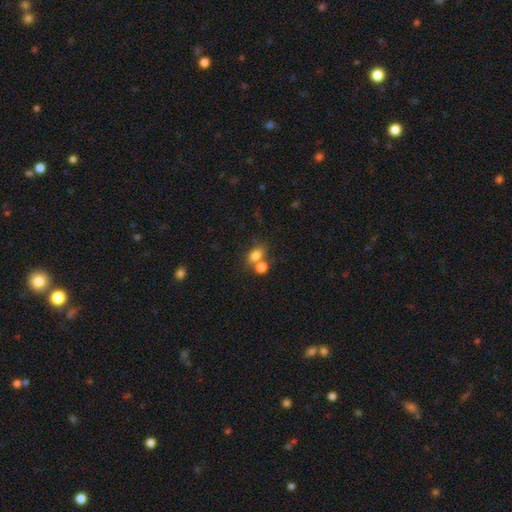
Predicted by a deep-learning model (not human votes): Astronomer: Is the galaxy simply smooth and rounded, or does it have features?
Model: smooth — 79%.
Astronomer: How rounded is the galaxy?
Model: in between — 73%.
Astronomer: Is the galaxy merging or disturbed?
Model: none — 44% (runner-up: merger, 40%).